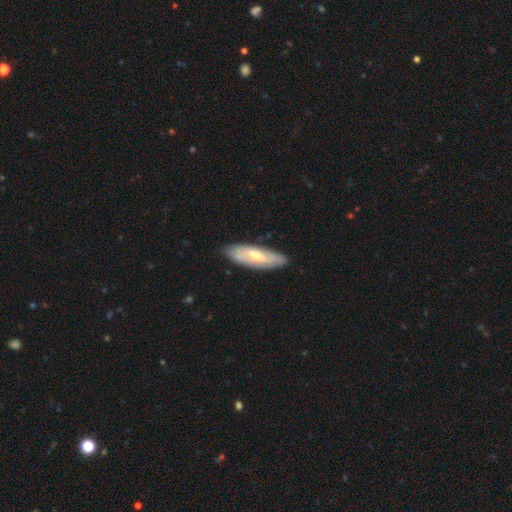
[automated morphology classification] smooth-or-featured: featured or disk: 52% | smooth: 43% | star or artifact: 5%
  disk-edge-on: no: 73% | yes: 27%
  merging: none: 84% | minor disturbance: 12% | major disturbance: 2% | merger: 1%